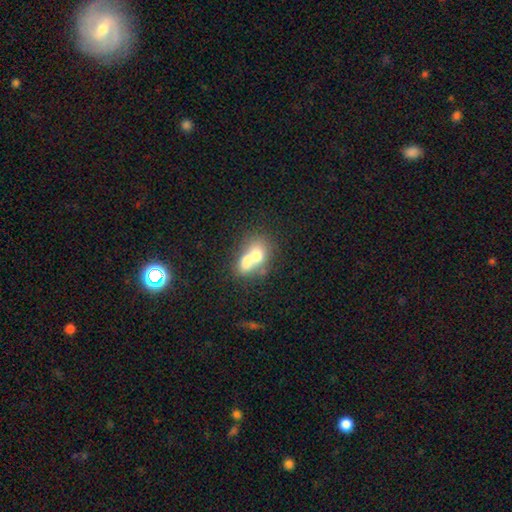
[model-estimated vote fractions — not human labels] Smooth or featured? Predicted: smooth (p=0.65). How rounded? Predicted: in between (p=0.58). Merging? Predicted: merger (p=0.70).